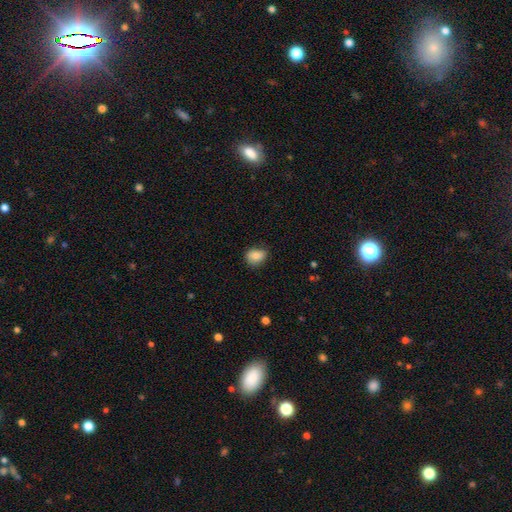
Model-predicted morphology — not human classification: Smooth or featured?
  - smooth: 85% *
  - star or artifact: 8%
  - featured or disk: 7%
How rounded?
  - in between: 60% *
  - round: 39%
  - cigar-shaped: 1%
Merging?
  - none: 71% *
  - minor disturbance: 23%
  - major disturbance: 4%
  - merger: 1%